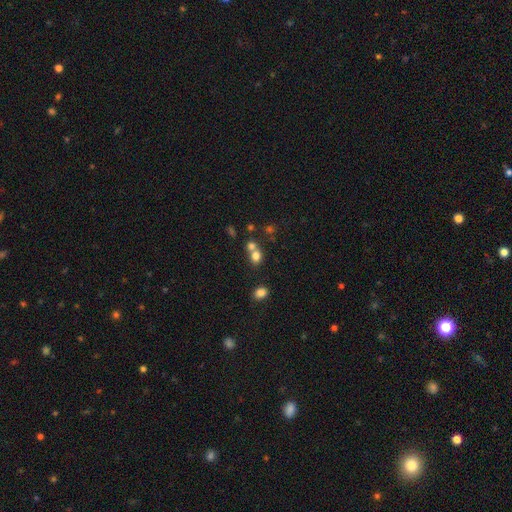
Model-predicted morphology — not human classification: type=smooth (75%); roundness=round (68%); merging=merger (47%).